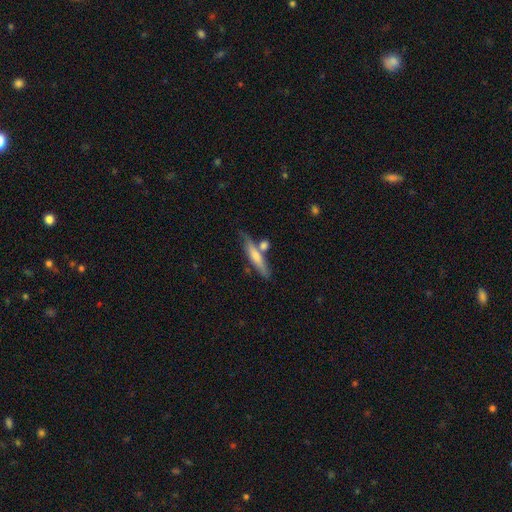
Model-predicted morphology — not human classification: This appears to be a smooth galaxy with no disk features (51%) that is cigar-shaped (87%). Merging: none (69%).